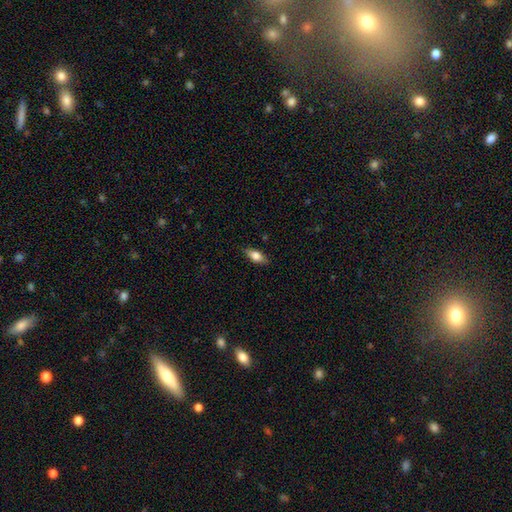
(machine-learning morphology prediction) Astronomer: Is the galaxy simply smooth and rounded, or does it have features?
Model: smooth — 72%.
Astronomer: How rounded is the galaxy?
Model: in between — 78%.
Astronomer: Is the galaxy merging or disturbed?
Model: none — 86%.